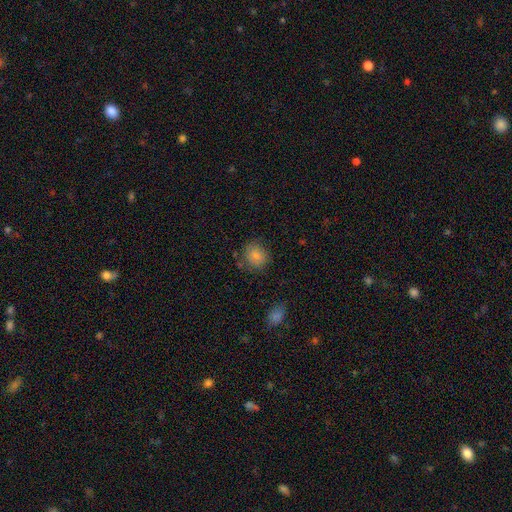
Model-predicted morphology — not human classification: This appears to be a smooth galaxy with no disk features (83%) that is round (77%). Merging: none (77%).